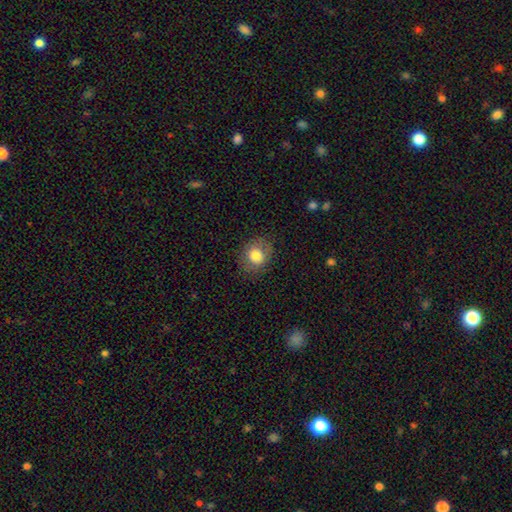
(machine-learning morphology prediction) Smooth or featured: smooth — 80% (featured or disk — 11%)
How rounded: round — 62% (in between — 37%)
Merging: none — 80% (minor disturbance — 14%)